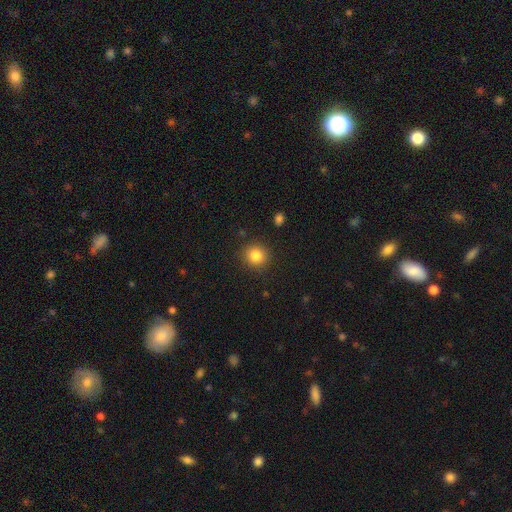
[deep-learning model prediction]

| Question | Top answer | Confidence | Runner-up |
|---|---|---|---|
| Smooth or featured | smooth | 85% | star or artifact (10%) |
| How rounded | round | 88% | in between (11%) |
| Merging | none | 88% | minor disturbance (8%) |